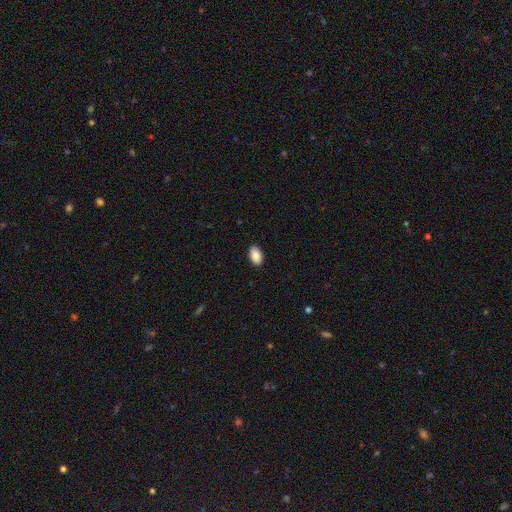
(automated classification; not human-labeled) smooth 89%, star or artifact 7%, featured or disk 4%. Down the decision tree: how rounded — in between (94%); merging — none (89%).